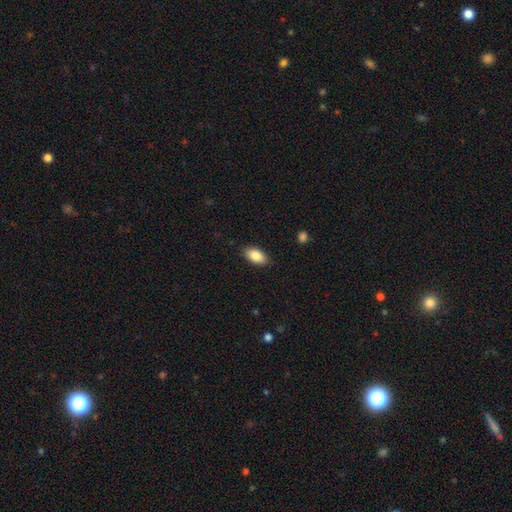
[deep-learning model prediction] This appears to be a smooth galaxy with no disk features (88%) that is in between round and cigar-shaped (94%). Merging: none (88%).